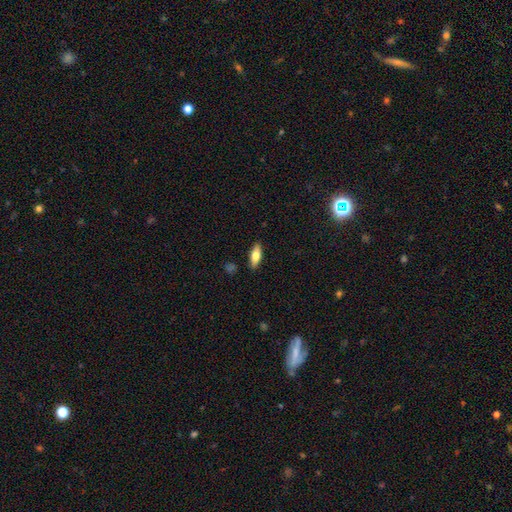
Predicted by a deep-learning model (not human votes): smooth_or_featured: smooth (p=0.67) [alt: featured or disk p=0.26]
how_rounded: in between (p=0.67) [alt: cigar-shaped p=0.31]
merging: none (p=0.88) [alt: minor disturbance p=0.09]